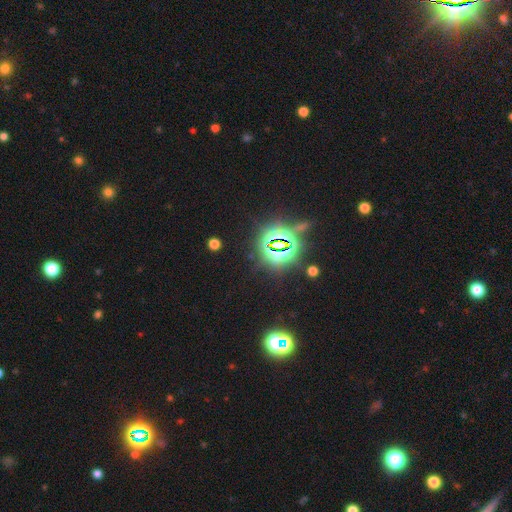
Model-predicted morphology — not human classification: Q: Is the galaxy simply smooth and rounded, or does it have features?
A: star or artifact — 80%.